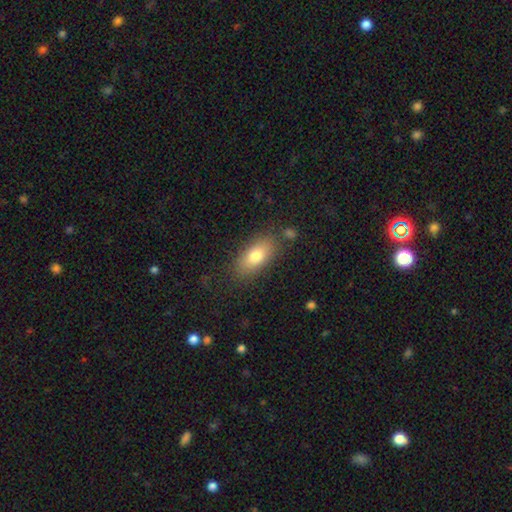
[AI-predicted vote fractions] The model was most divided on "smooth or featured": smooth: 78%, featured or disk: 14%, star or artifact: 8%. More confident: how rounded — in between (85%); merging — none (80%).